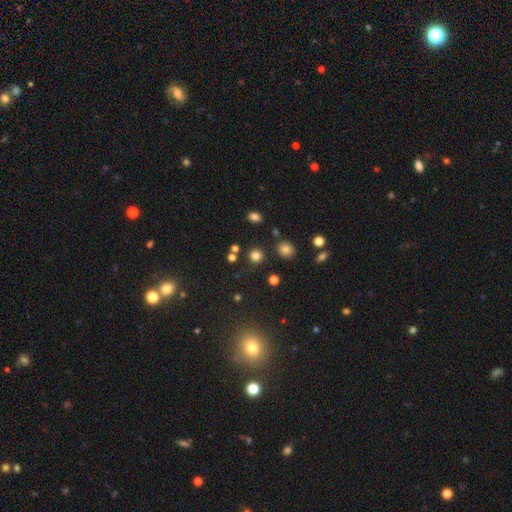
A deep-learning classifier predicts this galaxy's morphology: Smooth or featured: smooth — 79% (star or artifact — 17%)
How rounded: round — 91% (in between — 8%)
Merging: none — 84% (minor disturbance — 8%)